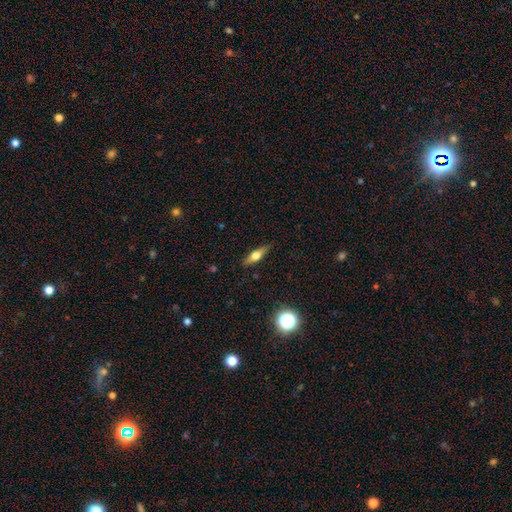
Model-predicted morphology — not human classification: smooth_or_featured: featured or disk (p=0.47) [alt: smooth p=0.45]
merging: none (p=0.88) [alt: minor disturbance p=0.09]